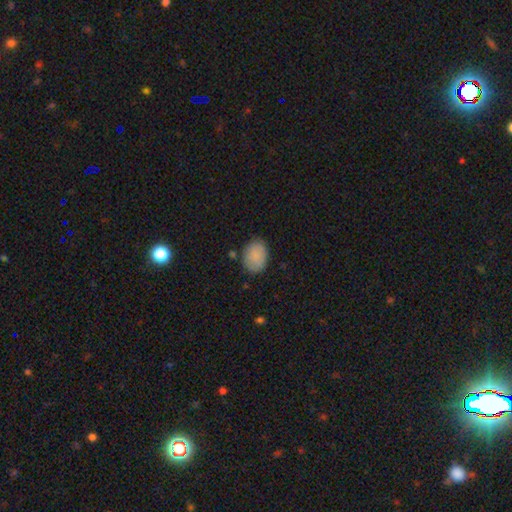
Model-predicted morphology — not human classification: smooth_or_featured: smooth (p=0.86) [alt: star or artifact p=0.07]
how_rounded: in between (p=0.71) [alt: round p=0.28]
merging: none (p=0.79) [alt: minor disturbance p=0.15]